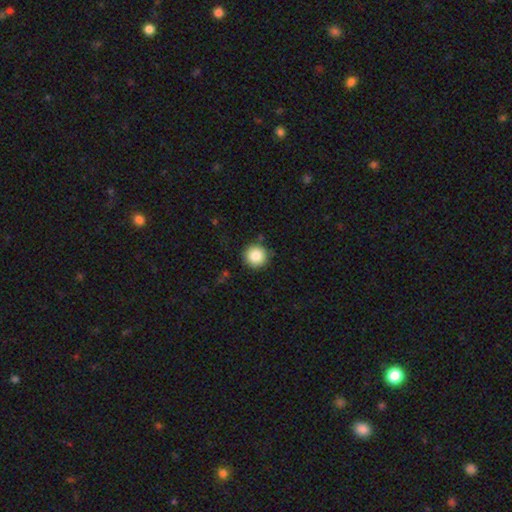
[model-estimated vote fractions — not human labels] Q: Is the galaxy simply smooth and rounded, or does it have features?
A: smooth — 86%.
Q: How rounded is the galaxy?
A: round — 96%.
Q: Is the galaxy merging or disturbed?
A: none — 88%.